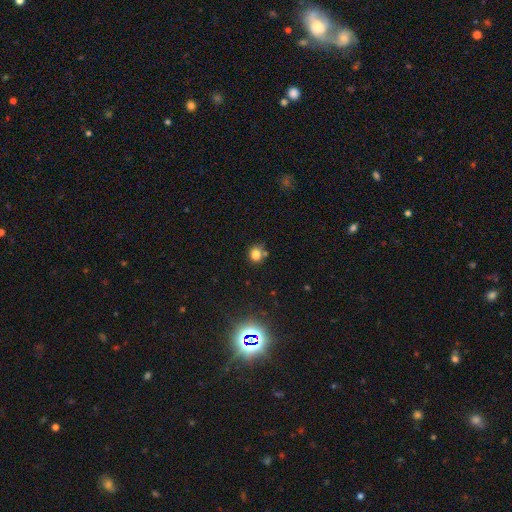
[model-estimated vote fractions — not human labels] Q: Smooth or featured?
A: smooth (77%); runner-up: star or artifact (16%)
Q: How rounded?
A: round (74%); runner-up: in between (25%)
Q: Merging?
A: none (65%); runner-up: minor disturbance (16%)